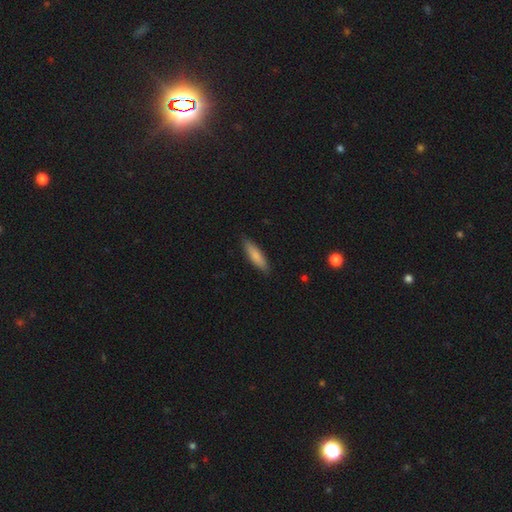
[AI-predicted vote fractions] Smooth or featured?
  - smooth: 82% *
  - featured or disk: 12%
  - star or artifact: 5%
How rounded?
  - cigar-shaped: 61% *
  - in between: 37%
  - round: 2%
Merging?
  - none: 88% *
  - minor disturbance: 10%
  - major disturbance: 2%
  - merger: 1%